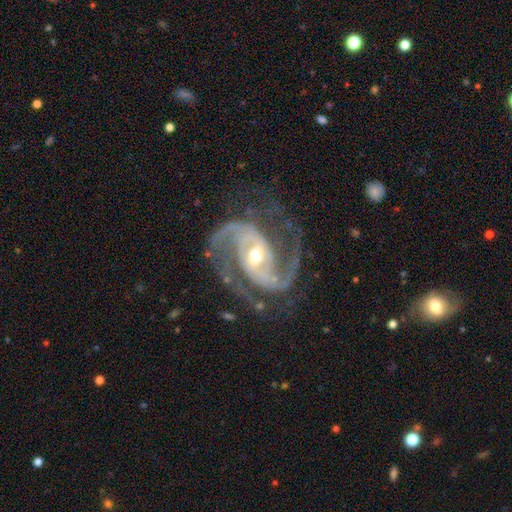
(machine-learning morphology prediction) Smooth or featured? featured or disk (94%)
Edge-on disk? no (98%)
Bar? weak (41%)
Spiral arms? yes (99%)
Spiral winding? medium (62%)
Spiral arm count? 2 (87%)
Bulge size? moderate (63%)
Merging? none (75%)